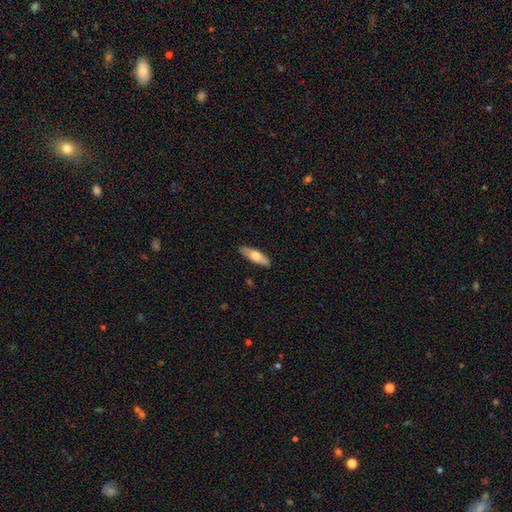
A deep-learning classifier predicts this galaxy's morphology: Smooth or featured?
  - smooth: 63% *
  - featured or disk: 31%
  - star or artifact: 5%
How rounded?
  - in between: 52% *
  - cigar-shaped: 46%
  - round: 2%
Merging?
  - none: 88% *
  - minor disturbance: 9%
  - major disturbance: 2%
  - merger: 1%